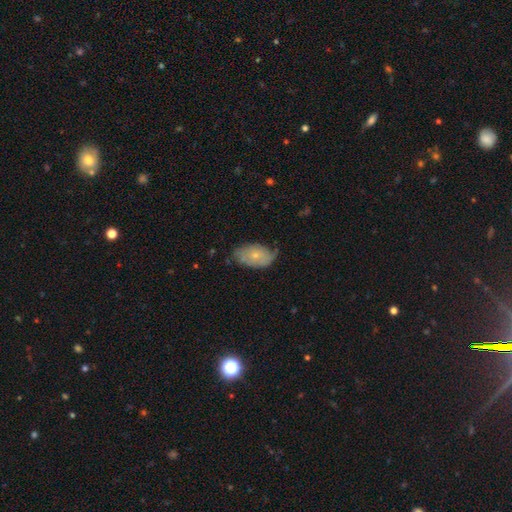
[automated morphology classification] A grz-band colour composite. It shows a smooth galaxy with no disk features (50%) that is in between round and cigar-shaped (92%). Merging: none (53%).